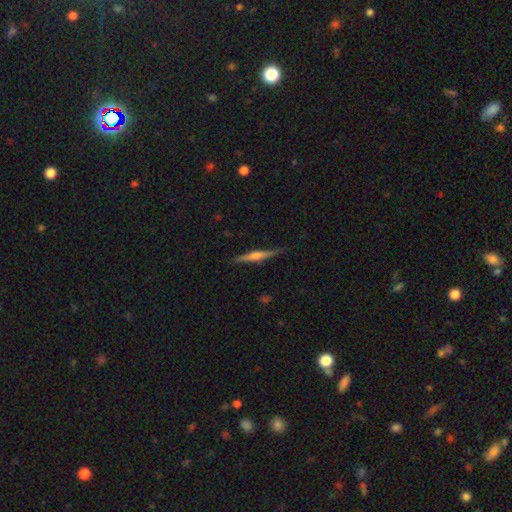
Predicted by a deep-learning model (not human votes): This appears to be a featured or disk galaxy (70%) viewed edge-on (98%) with a rounded central bulge (77%). Merging: none (88%).